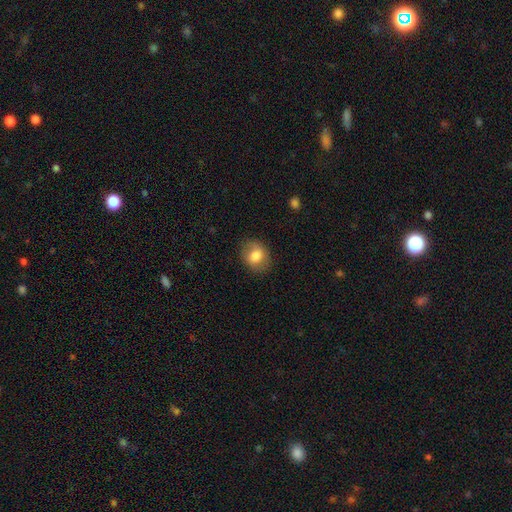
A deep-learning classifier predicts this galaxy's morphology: This appears to be a smooth galaxy with no disk features (74%) that is round (50%). Merging: none (82%).